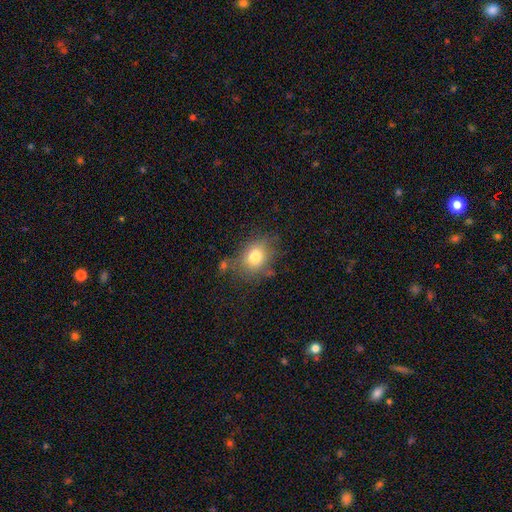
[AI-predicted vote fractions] smooth_or_featured: smooth (p=0.76) [alt: featured or disk p=0.12]
how_rounded: in between (p=0.50) [alt: round p=0.49]
merging: none (p=0.66) [alt: minor disturbance p=0.21]